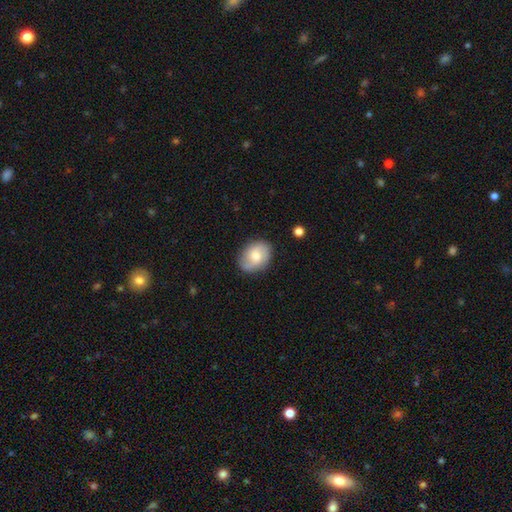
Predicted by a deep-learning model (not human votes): Smooth or featured? smooth (54%)
How rounded? in between (61%)
Merging? none (79%)